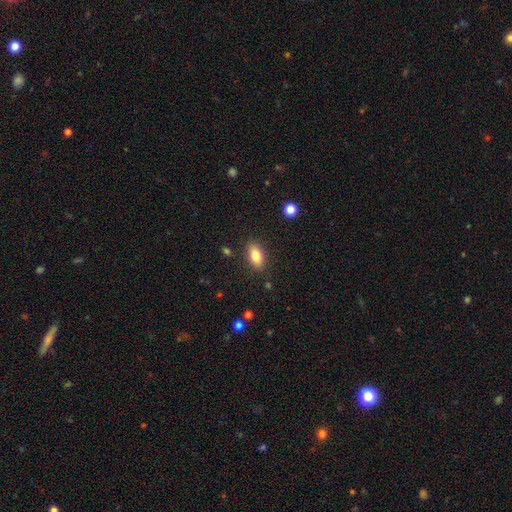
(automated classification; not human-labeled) Morphology: type=smooth (82%); roundness=in between (88%); merging=none (86%).